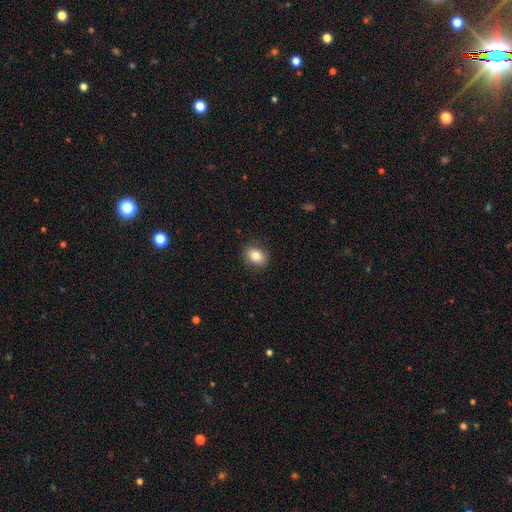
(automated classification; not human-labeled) Smooth or featured? smooth (83%)
How rounded? in between (64%)
Merging? none (88%)